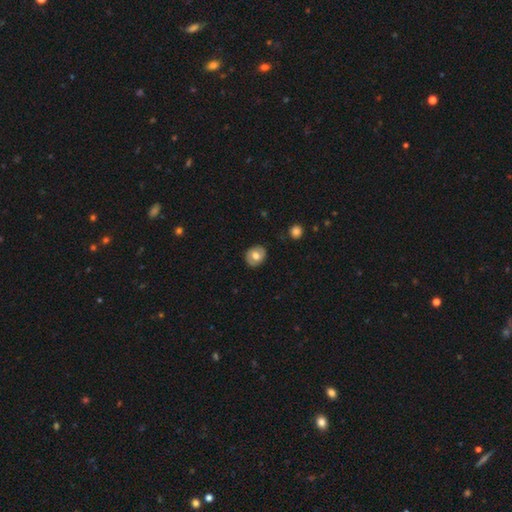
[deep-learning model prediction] Smooth or featured? Predicted: smooth (p=0.65). How rounded? Predicted: round (p=0.61). Merging? Predicted: none (p=0.82).